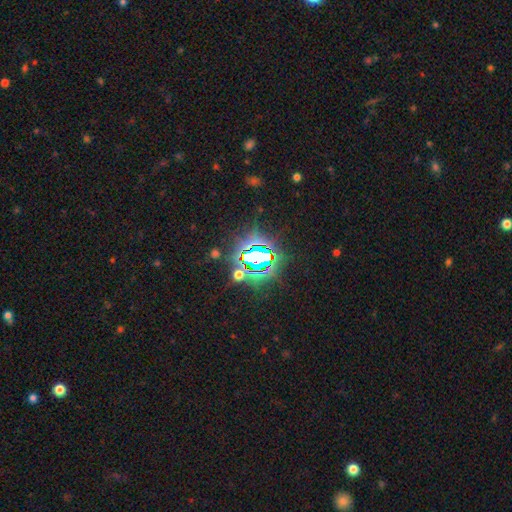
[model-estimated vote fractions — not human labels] Smooth or featured? star or artifact (78%)